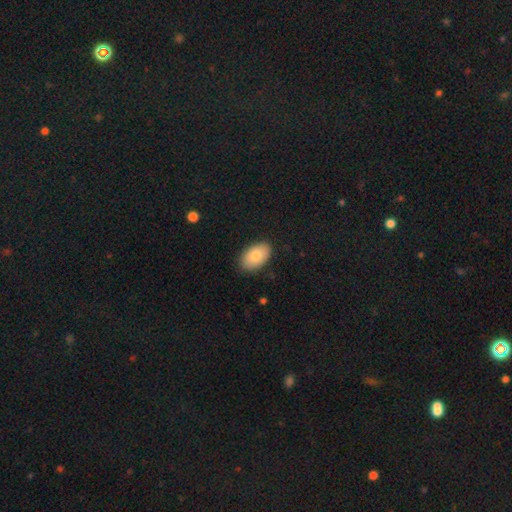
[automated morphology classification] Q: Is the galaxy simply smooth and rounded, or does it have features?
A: smooth — 79%.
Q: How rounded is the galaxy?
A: in between — 93%.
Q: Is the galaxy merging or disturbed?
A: none — 86%.